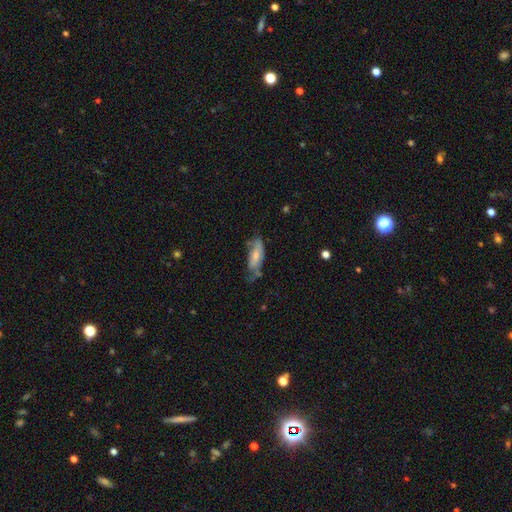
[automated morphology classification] Overall: smooth (57%; featured or disk 37%). How rounded: in between (74%). Merging: none (39%; minor disturbance 35%).